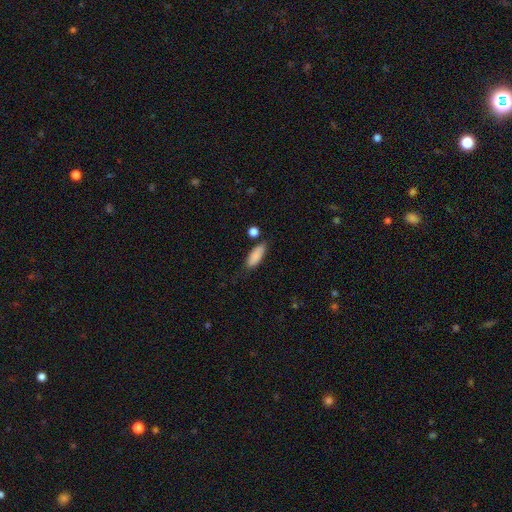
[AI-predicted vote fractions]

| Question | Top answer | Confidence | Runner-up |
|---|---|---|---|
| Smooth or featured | smooth | 87% | star or artifact (7%) |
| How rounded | in between | 75% | cigar-shaped (22%) |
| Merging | none | 76% | minor disturbance (16%) |